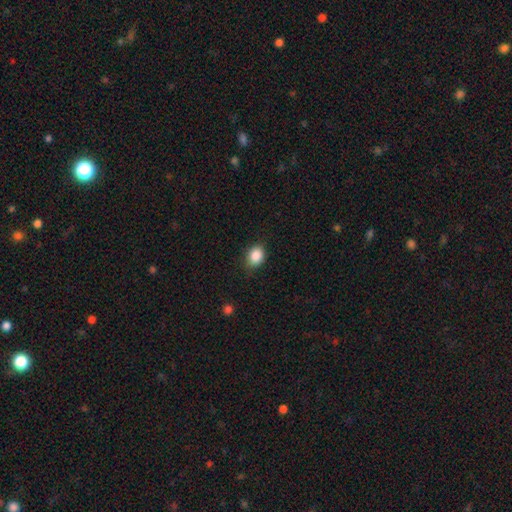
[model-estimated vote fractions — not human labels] Smooth or featured: smooth — 87% (star or artifact — 9%)
How rounded: in between — 58% (round — 41%)
Merging: none — 81% (minor disturbance — 15%)